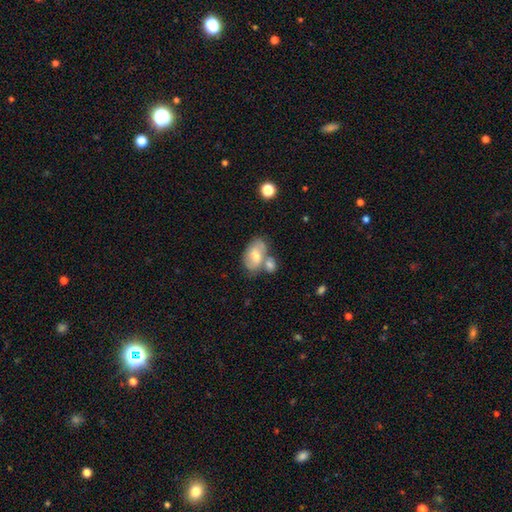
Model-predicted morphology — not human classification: This appears to be a smooth galaxy with no disk features (60%) that is in between round and cigar-shaped (88%). Merging: none (40%).